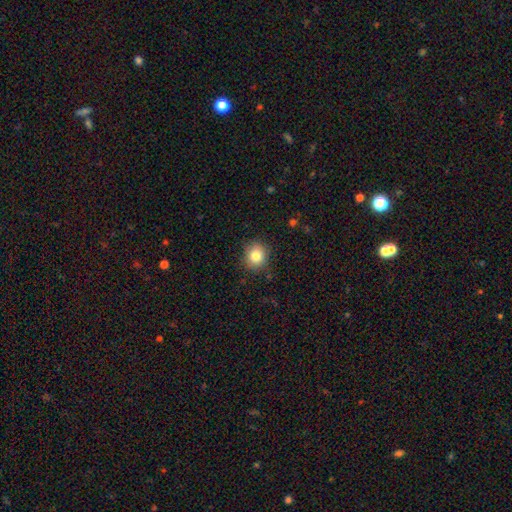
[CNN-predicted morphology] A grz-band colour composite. It shows a smooth galaxy with no disk features (82%) that is round (80%). Merging: none (86%).